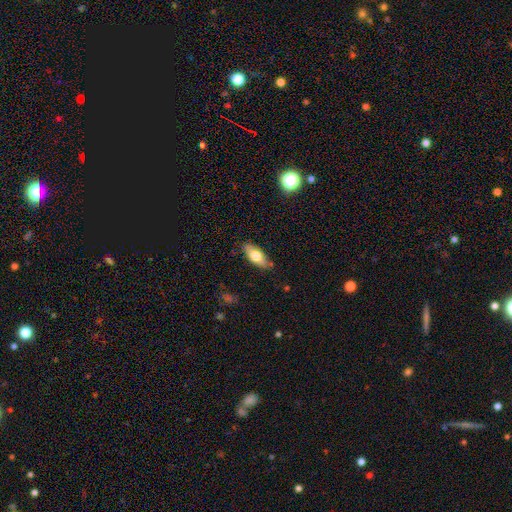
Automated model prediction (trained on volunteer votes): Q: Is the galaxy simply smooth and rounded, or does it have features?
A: smooth — 70%.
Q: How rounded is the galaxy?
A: in between — 81%.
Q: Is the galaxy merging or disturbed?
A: none — 81%.